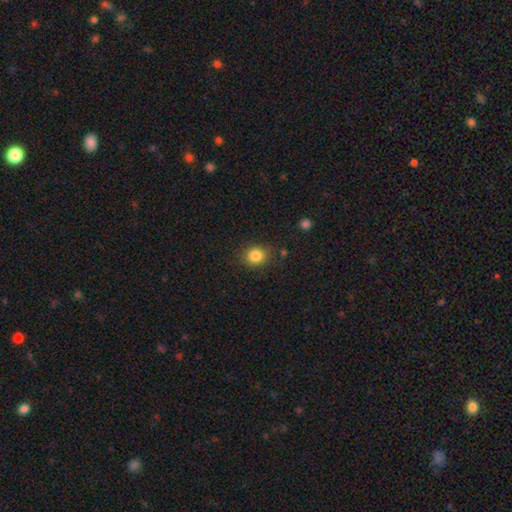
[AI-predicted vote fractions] Smooth or featured? smooth (85%)
How rounded? round (76%)
Merging? none (85%)